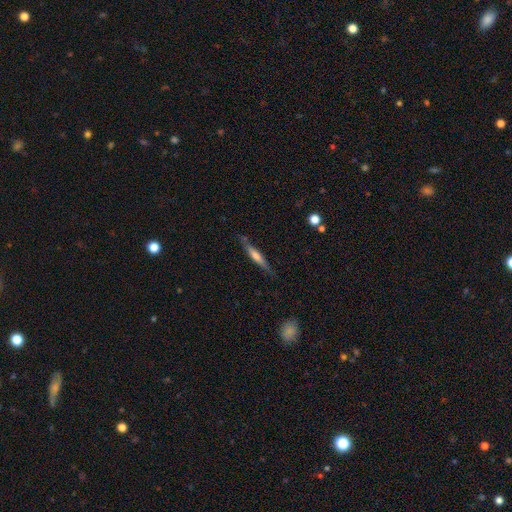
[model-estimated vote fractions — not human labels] Smooth or featured: featured or disk — 47% (smooth — 46%)
Merging: none — 81% (minor disturbance — 14%)